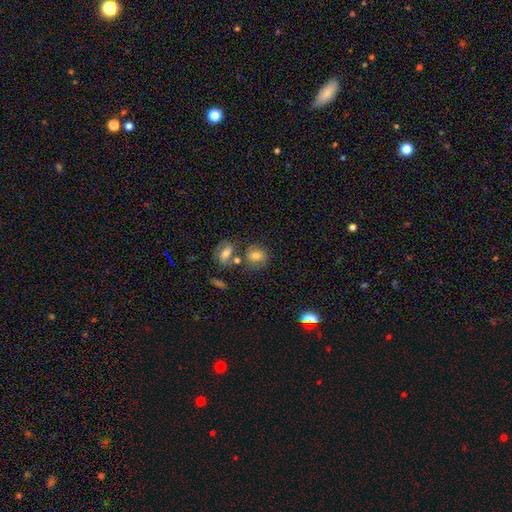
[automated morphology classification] A smooth galaxy with no disk features (75%) that is round (66%).

Vote fractions:
- Smooth or featured? smooth: 75% / featured or disk: 14% / star or artifact: 11%
- How rounded? round: 66% / in between: 32% / cigar-shaped: 1%
- Merging? none: 57% / merger: 23% / minor disturbance: 14% / major disturbance: 5%